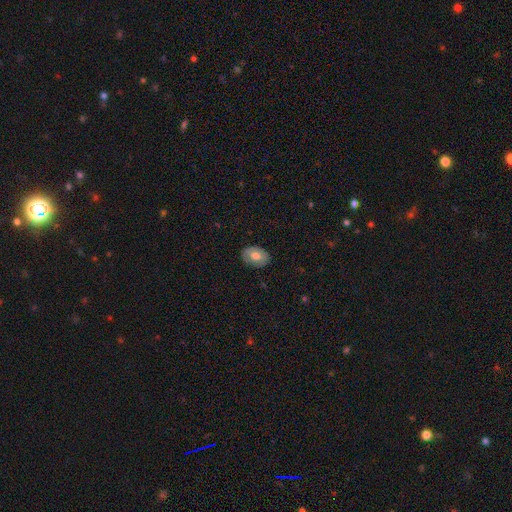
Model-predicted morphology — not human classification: A smooth galaxy with no disk features (63%) that is in between round and cigar-shaped (77%). Merging: none (85%).